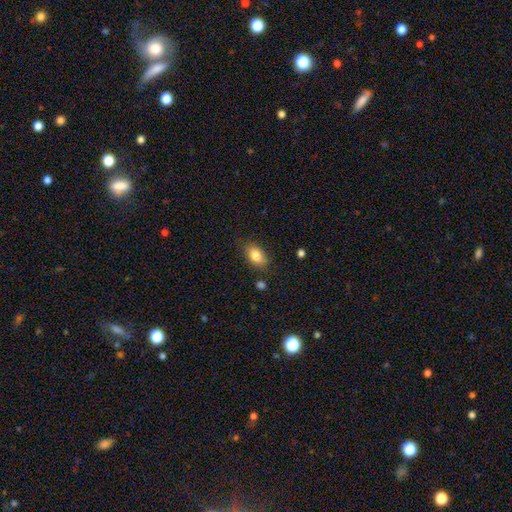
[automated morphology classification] Smooth or featured?
  - smooth: 84% *
  - featured or disk: 8%
  - star or artifact: 8%
How rounded?
  - in between: 86% *
  - round: 12%
  - cigar-shaped: 2%
Merging?
  - none: 79% *
  - minor disturbance: 15%
  - major disturbance: 4%
  - merger: 2%